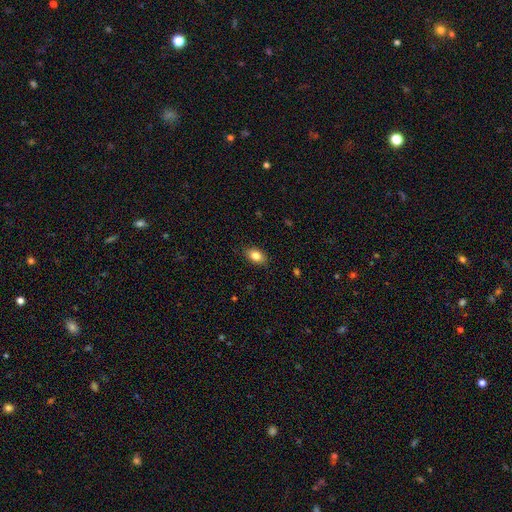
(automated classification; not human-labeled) smooth-or-featured: smooth: 83% | featured or disk: 9% | star or artifact: 8%
  how-rounded: in between: 85% | round: 13% | cigar-shaped: 2%
  merging: none: 87% | minor disturbance: 10% | major disturbance: 2% | merger: 1%